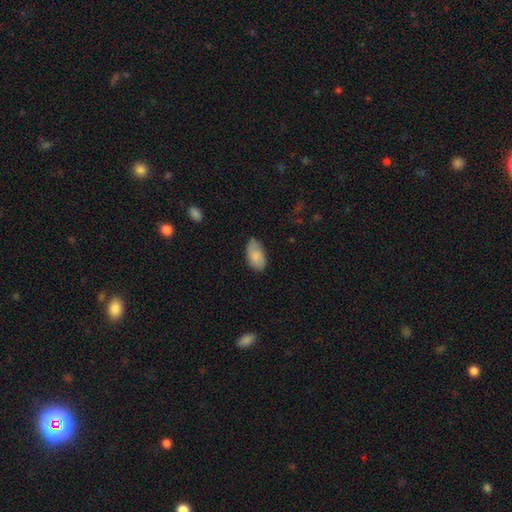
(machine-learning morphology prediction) Smooth or featured? smooth (85%)
How rounded? in between (95%)
Merging? none (67%)